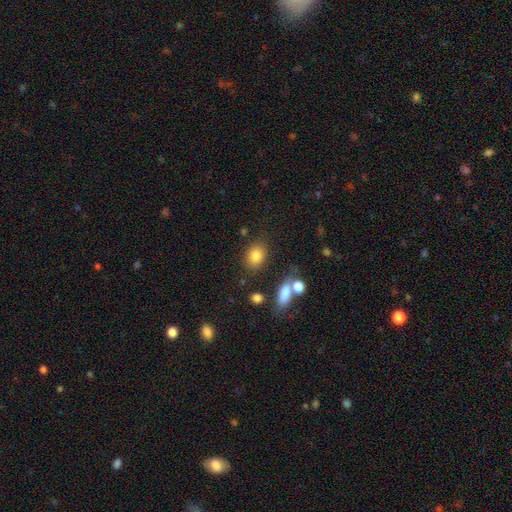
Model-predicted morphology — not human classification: Smooth or featured? smooth (82%)
How rounded? in between (58%)
Merging? none (77%)